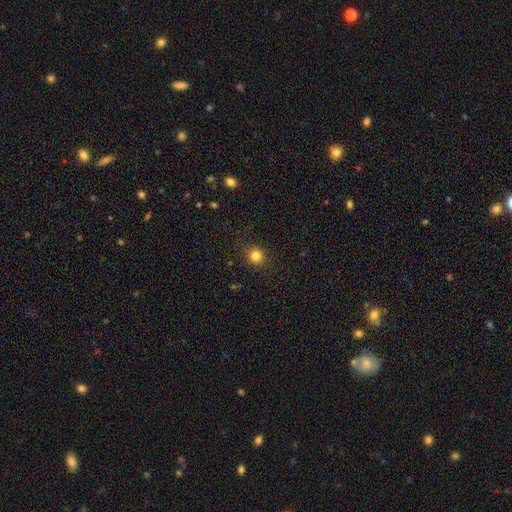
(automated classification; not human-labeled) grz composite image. It shows a smooth galaxy with no disk features (82%) that is round (91%). Merging: none (88%).